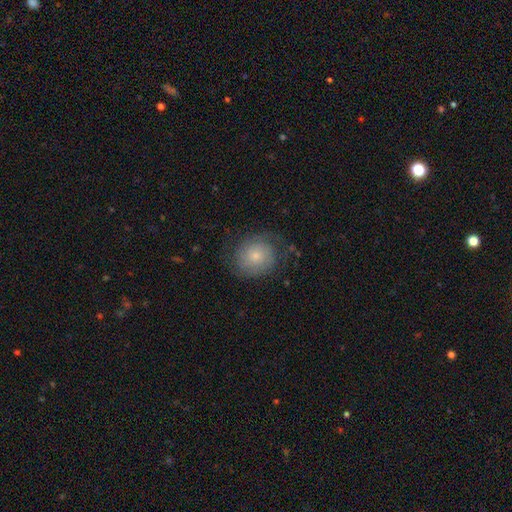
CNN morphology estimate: This appears to be a smooth galaxy with no disk features (52%) that is round (82%). Merging: none (69%).